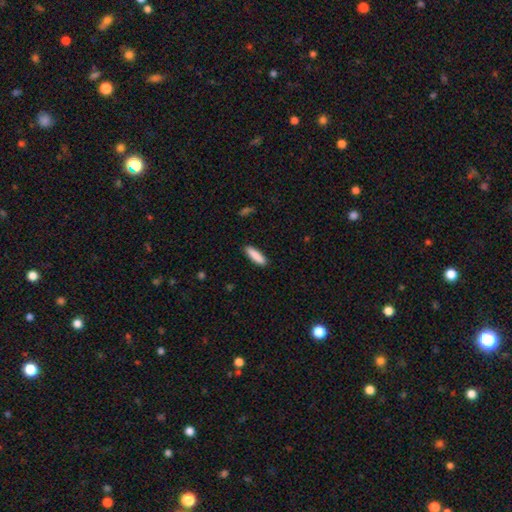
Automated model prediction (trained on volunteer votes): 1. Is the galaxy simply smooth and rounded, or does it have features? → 89% smooth, 6% featured or disk, 5% star or artifact.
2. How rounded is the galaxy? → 63% cigar-shaped, 36% in between, 1% round.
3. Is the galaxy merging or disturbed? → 90% none, 7% minor disturbance, 2% major disturbance, 1% merger.